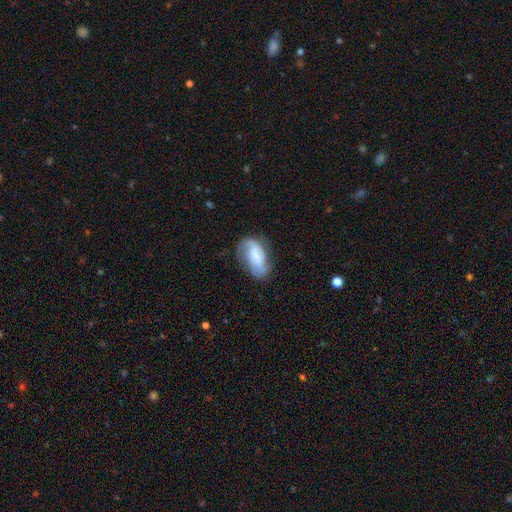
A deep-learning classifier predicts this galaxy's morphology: This is possibly a featured or disk galaxy (58%). It is clearly not viewed edge-on (96%). Bar: marginally no (45%). Spiral arm pattern: clearly yes (85%). Central bulge: possibly small (51%). Merging: possibly none (56%).